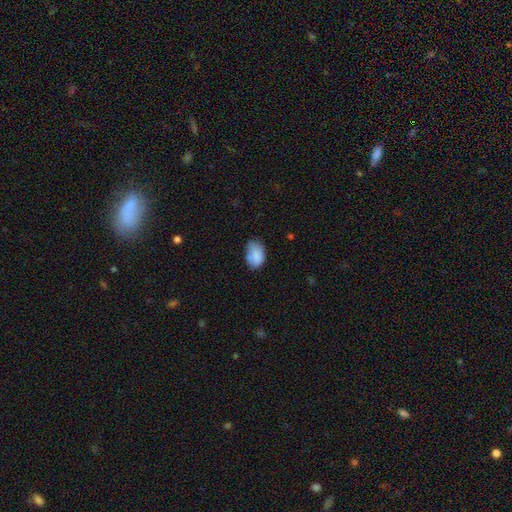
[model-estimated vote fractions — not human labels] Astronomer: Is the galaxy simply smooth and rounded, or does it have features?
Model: smooth — 80%.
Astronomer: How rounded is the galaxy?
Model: in between — 85%.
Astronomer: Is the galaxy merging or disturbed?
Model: none — 53% (runner-up: minor disturbance, 32%).